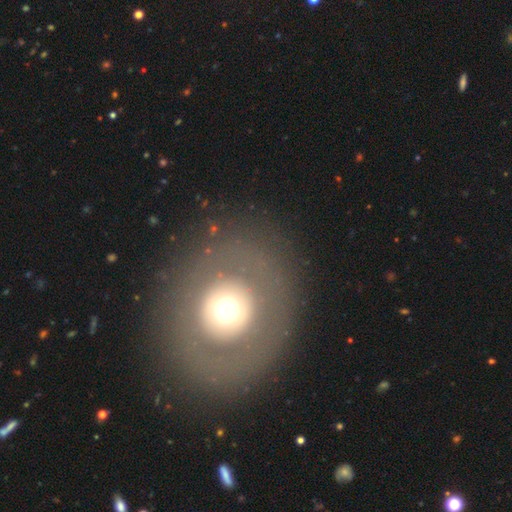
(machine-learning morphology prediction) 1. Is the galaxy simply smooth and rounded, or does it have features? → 45% smooth, 44% featured or disk, 10% star or artifact.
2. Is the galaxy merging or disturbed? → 85% none, 8% minor disturbance, 5% major disturbance, 1% merger.